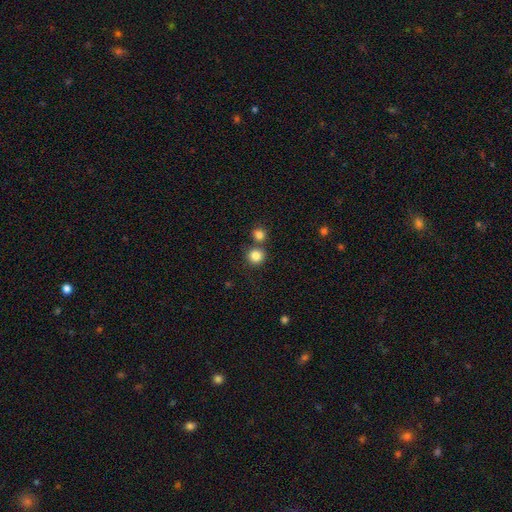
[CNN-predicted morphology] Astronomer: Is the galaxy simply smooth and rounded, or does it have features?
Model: smooth — 84%.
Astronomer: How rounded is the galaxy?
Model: round — 91%.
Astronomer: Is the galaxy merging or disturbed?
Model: none — 71%.